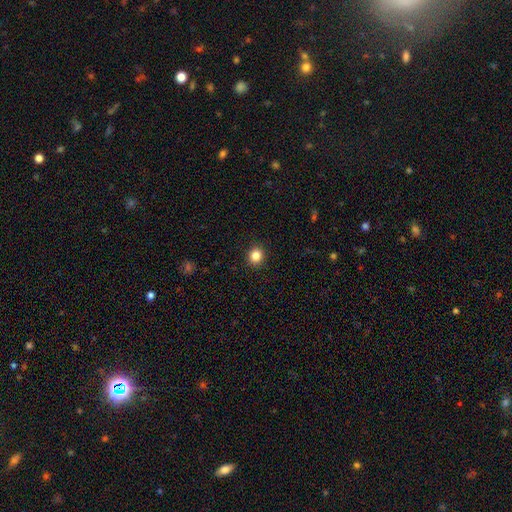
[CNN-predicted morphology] smooth-or-featured: smooth: 84% | star or artifact: 11% | featured or disk: 4%
  how-rounded: round: 84% | in between: 15% | cigar-shaped: 1%
  merging: none: 92% | minor disturbance: 5% | major disturbance: 2% | merger: 1%